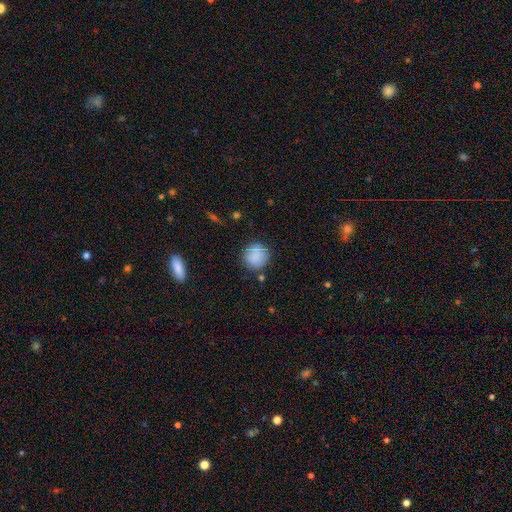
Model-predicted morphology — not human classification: smooth_or_featured: smooth (p=0.86) [alt: star or artifact p=0.08]
how_rounded: round (p=0.90) [alt: in between p=0.09]
merging: none (p=0.80) [alt: minor disturbance p=0.13]